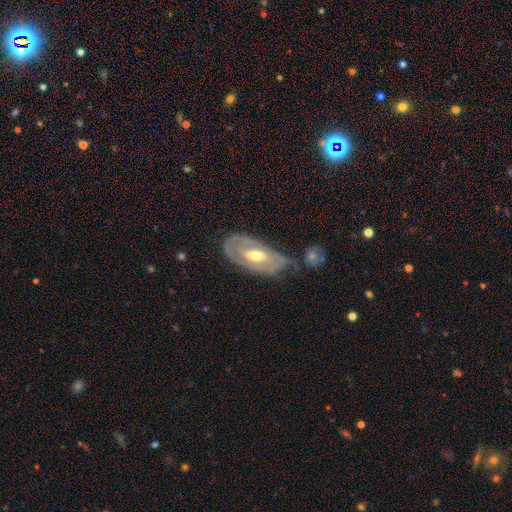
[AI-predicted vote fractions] Morphology: type=featured or disk (74%); edge-on=no (90%); bar=weak (40%, tied with no); spiral arms=yes (59%); bulge=moderate (72%); merging=none (55%).